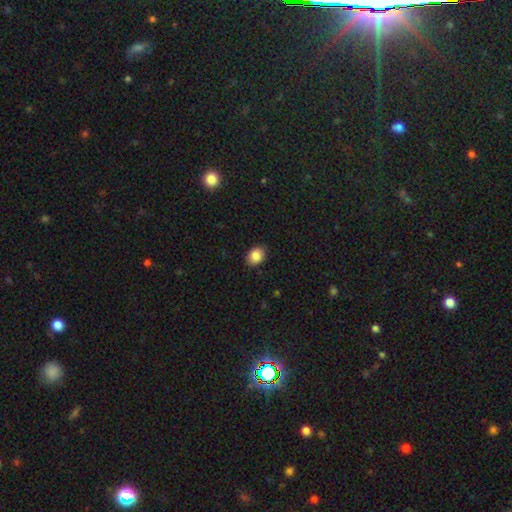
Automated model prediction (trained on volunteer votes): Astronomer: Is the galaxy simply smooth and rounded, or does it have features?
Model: smooth — 87%.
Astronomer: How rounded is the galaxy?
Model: in between — 66%.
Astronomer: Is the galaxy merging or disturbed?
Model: none — 88%.